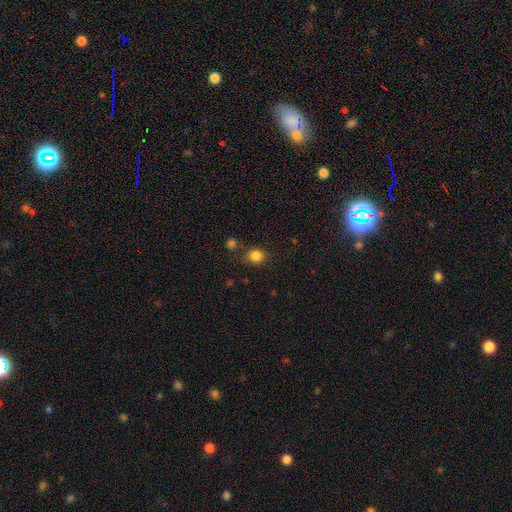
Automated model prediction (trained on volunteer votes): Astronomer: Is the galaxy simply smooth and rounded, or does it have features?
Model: smooth — 84%.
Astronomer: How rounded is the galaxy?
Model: round — 83%.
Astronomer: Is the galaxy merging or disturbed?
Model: none — 74%.